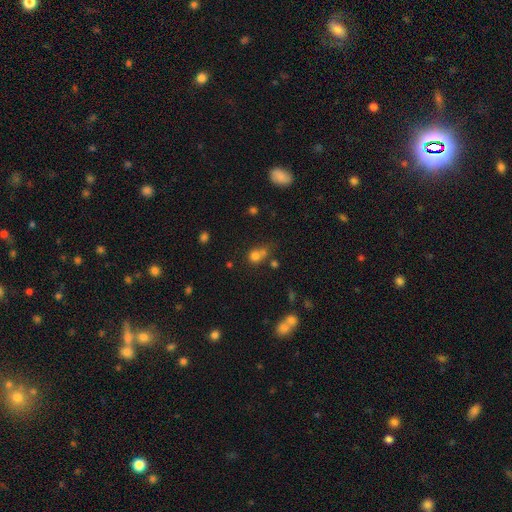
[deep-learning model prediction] smooth 75%, star or artifact 15%, featured or disk 10%. Down the decision tree: how rounded — round (73%); merging — none (39%, tied with merger).